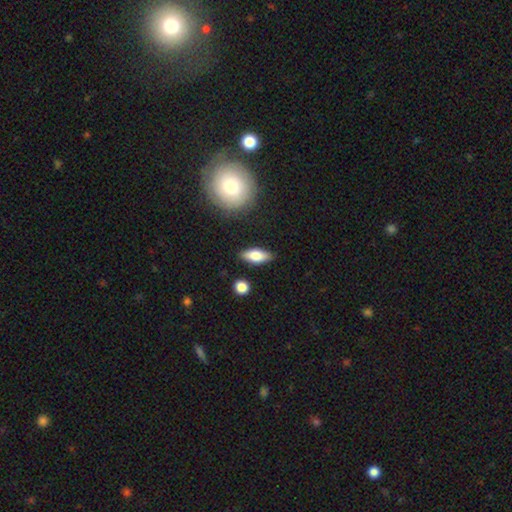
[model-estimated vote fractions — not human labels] Morphology: type=smooth (69%); roundness=in between (76%); merging=none (85%).